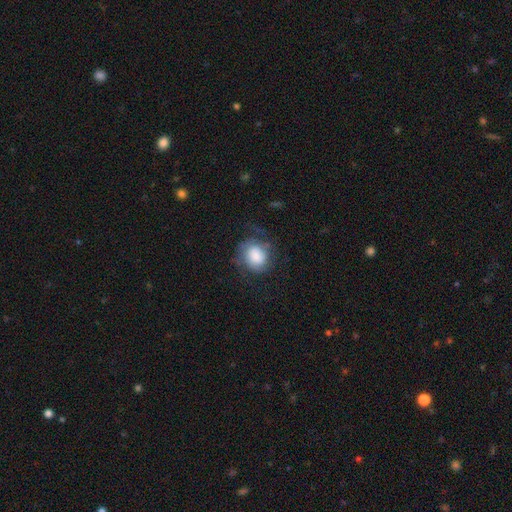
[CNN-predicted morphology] A smooth galaxy with no disk features (62%) that is round (73%). Merging: none (55%).